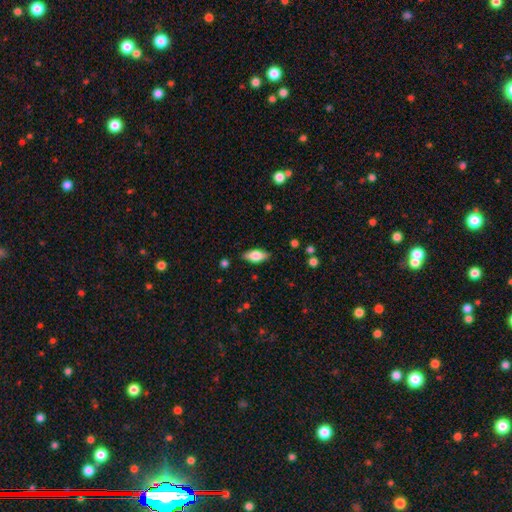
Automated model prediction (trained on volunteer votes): Smooth or featured?
  - smooth: 71% *
  - featured or disk: 22%
  - star or artifact: 7%
How rounded?
  - in between: 85% *
  - cigar-shaped: 13%
  - round: 3%
Merging?
  - none: 86% *
  - minor disturbance: 11%
  - major disturbance: 2%
  - merger: 1%